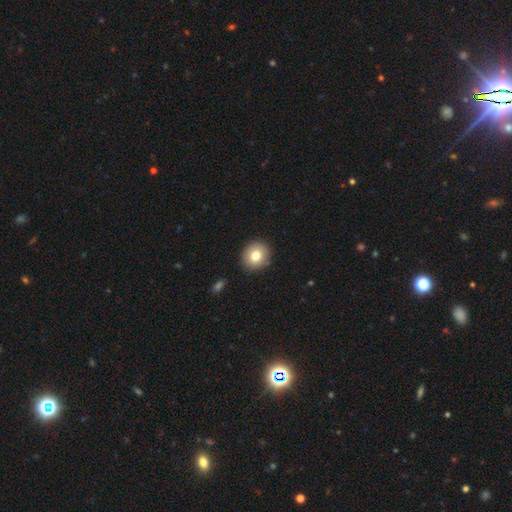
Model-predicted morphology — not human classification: This appears to be a smooth galaxy with no disk features (79%) that is round (82%). Merging: none (90%).